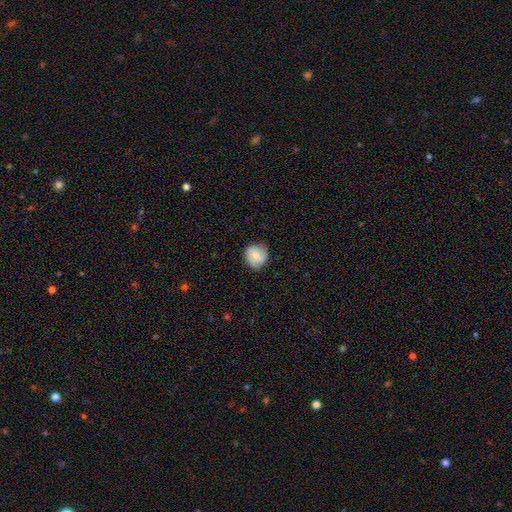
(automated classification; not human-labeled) Smooth or featured?
  - smooth: 69% *
  - featured or disk: 24%
  - star or artifact: 7%
How rounded?
  - round: 82% *
  - in between: 17%
  - cigar-shaped: 1%
Merging?
  - none: 75% *
  - minor disturbance: 20%
  - major disturbance: 4%
  - merger: 1%